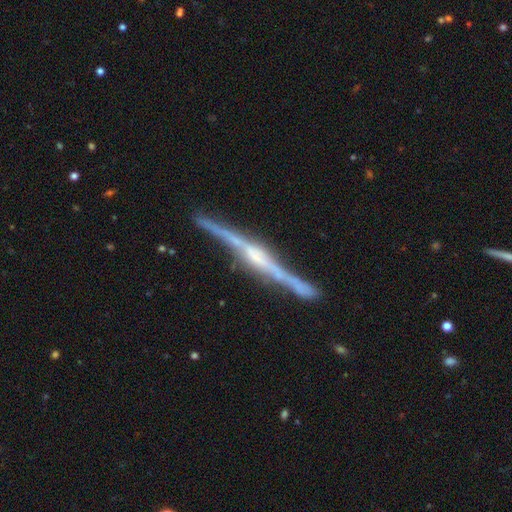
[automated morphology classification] smooth-or-featured: featured or disk: 88% | smooth: 6% | star or artifact: 5%
  disk-edge-on: yes: 98% | no: 2%
    edge-on-bulge: rounded: 52% | boxy: 37% | none: 11%
  merging: none: 84% | minor disturbance: 11% | merger: 3% | major disturbance: 3%